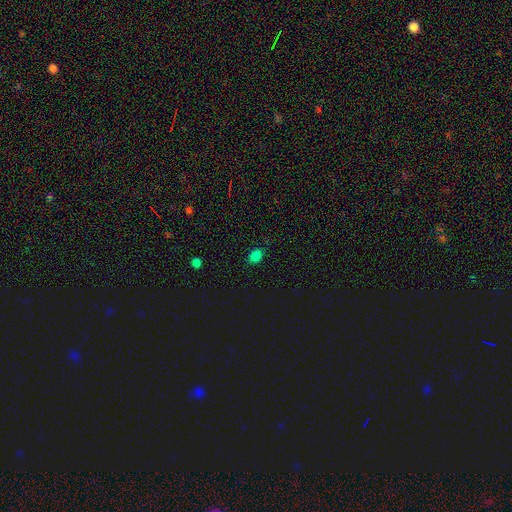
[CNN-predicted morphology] This appears to be a smooth galaxy with no disk features (79%) that is in between round and cigar-shaped (73%). Merging: none (82%).